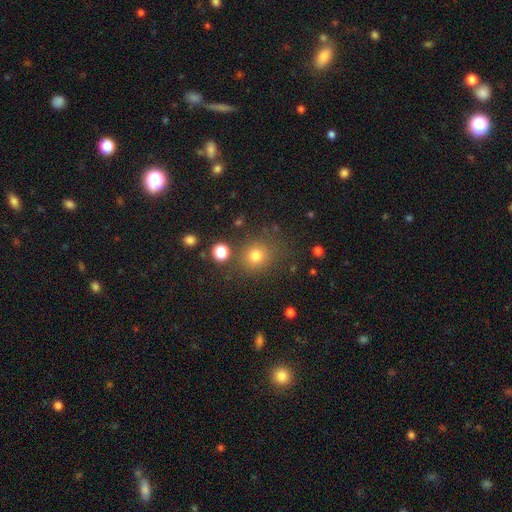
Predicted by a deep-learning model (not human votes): This is likely a smooth galaxy (76%). How rounded: clearly round (82%). Merging: likely none (80%).